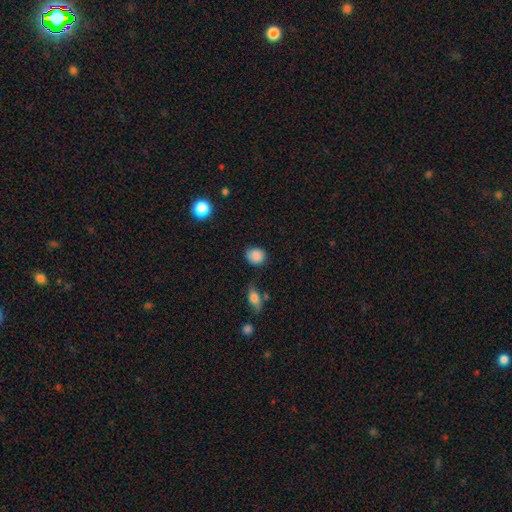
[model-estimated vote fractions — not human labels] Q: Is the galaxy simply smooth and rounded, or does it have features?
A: smooth — 85%.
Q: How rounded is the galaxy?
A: round — 69%.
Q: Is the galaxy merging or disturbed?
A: none — 70%.